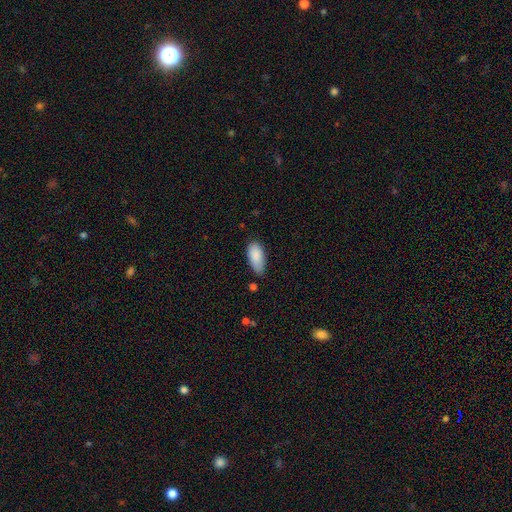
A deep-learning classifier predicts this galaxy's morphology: A smooth galaxy with no disk features (88%) that is in between round and cigar-shaped (90%).

Vote fractions:
- Smooth or featured? smooth: 88% / star or artifact: 7% / featured or disk: 5%
- How rounded? in between: 90% / cigar-shaped: 8% / round: 2%
- Merging? none: 60% / minor disturbance: 32% / major disturbance: 5% / merger: 3%